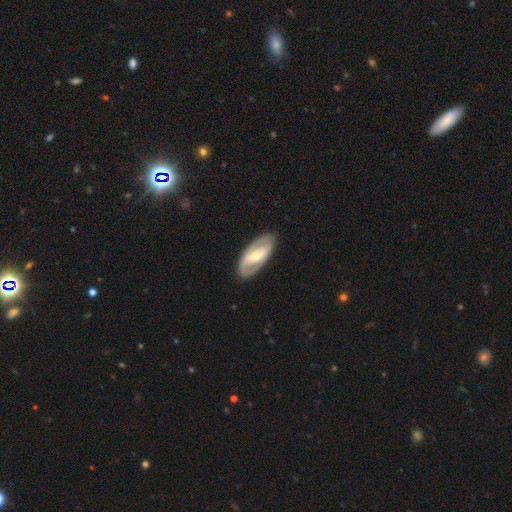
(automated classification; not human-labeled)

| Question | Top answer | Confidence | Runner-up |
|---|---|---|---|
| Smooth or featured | featured or disk | 70% | smooth (25%) |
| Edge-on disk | no | 89% | yes (11%) |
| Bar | strong | 52% | weak (29%) |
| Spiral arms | yes | 57% | no (43%) |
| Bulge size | moderate | 56% | small (36%) |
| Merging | none | 85% | minor disturbance (11%) |